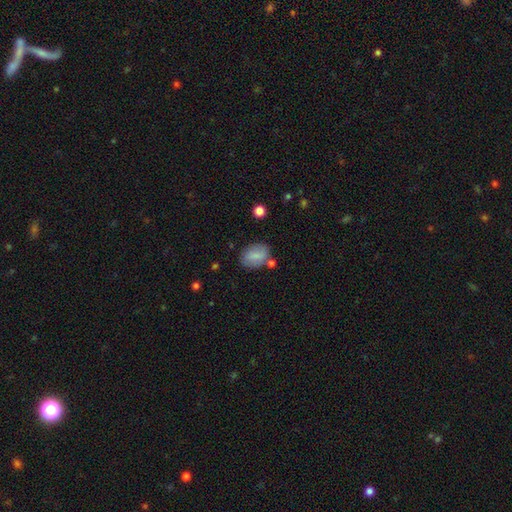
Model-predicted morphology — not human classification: smooth-or-featured: smooth: 80% | featured or disk: 13% | star or artifact: 7%
  how-rounded: in between: 81% | round: 18% | cigar-shaped: 2%
  merging: none: 73% | minor disturbance: 16% | merger: 7% | major disturbance: 4%